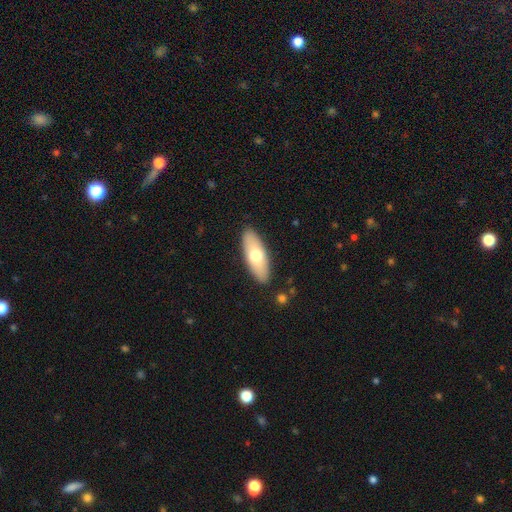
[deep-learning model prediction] The model was most divided on "smooth or featured": smooth: 63%, featured or disk: 31%, star or artifact: 5%. More confident: merging — none (89%); how rounded — in between (75%).